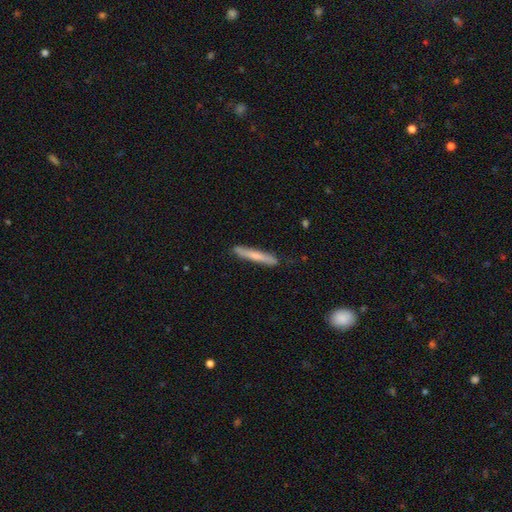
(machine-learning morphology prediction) Q: Smooth or featured?
A: smooth (67%); runner-up: featured or disk (28%)
Q: How rounded?
A: cigar-shaped (95%); runner-up: in between (4%)
Q: Merging?
A: none (86%); runner-up: minor disturbance (11%)